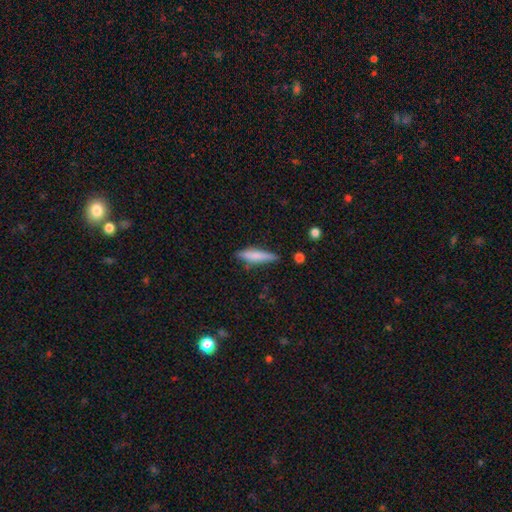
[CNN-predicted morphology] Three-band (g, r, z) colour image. It shows a smooth galaxy with no disk features (73%) that is cigar-shaped (79%). Merging: none (78%).